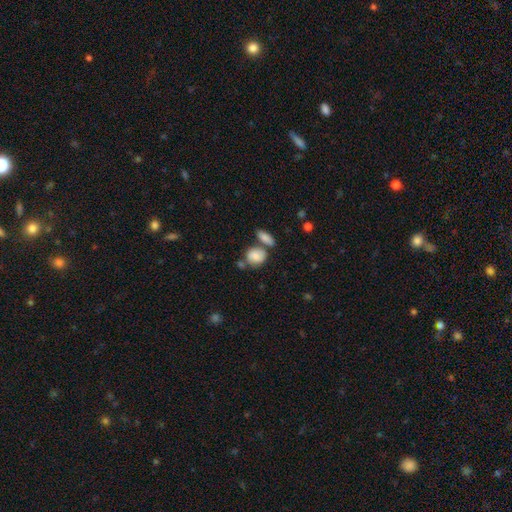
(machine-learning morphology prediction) A smooth galaxy with no disk features (82%) that is round (55%). Merging: none (50%).